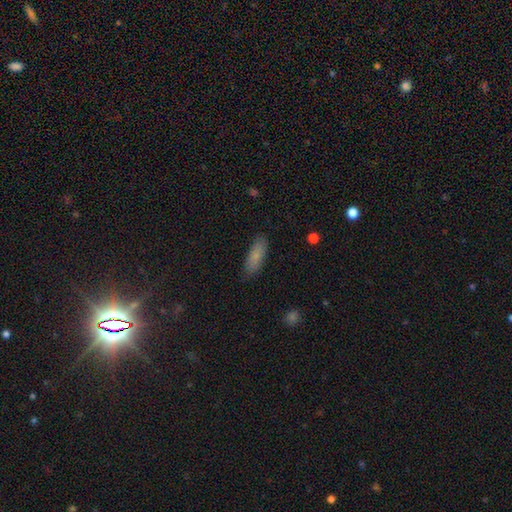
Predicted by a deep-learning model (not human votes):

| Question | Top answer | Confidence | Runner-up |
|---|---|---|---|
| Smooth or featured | smooth | 79% | featured or disk (13%) |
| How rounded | in between | 62% | cigar-shaped (36%) |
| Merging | none | 82% | minor disturbance (14%) |